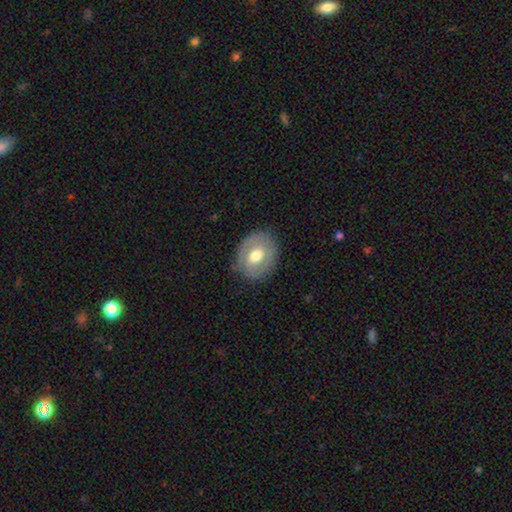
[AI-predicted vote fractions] Smooth or featured? Predicted: smooth (p=0.56). How rounded? Predicted: in between (p=0.50). Merging? Predicted: none (p=0.78).